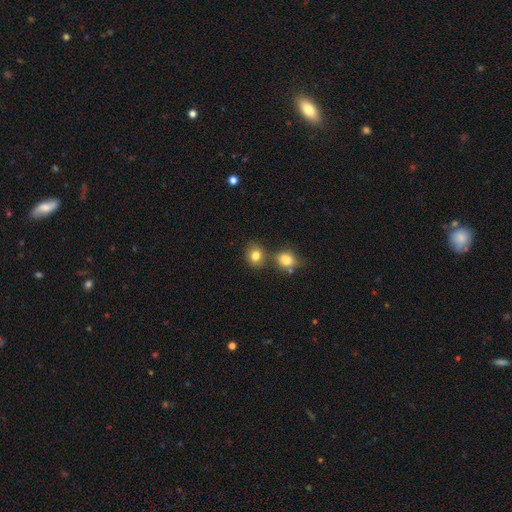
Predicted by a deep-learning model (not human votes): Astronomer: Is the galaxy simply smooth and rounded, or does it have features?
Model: smooth — 81%.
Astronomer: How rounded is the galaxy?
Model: round — 67%.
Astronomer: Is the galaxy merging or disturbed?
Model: none — 64%.